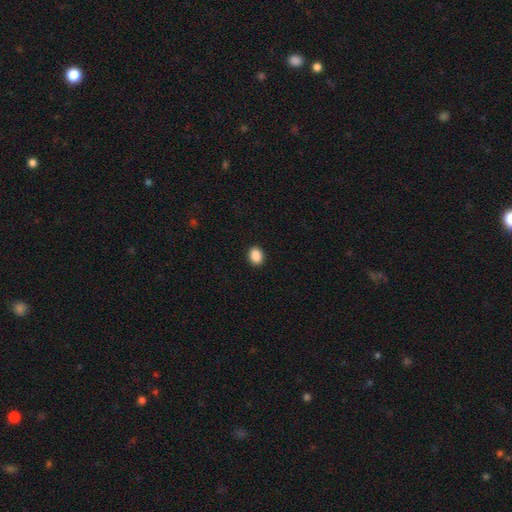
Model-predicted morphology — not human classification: A smooth galaxy with no disk features (89%) that is in between round and cigar-shaped (54%).

Vote fractions:
- Smooth or featured? smooth: 89% / star or artifact: 8% / featured or disk: 3%
- How rounded? in between: 54% / round: 45% / cigar-shaped: 1%
- Merging? none: 92% / minor disturbance: 6% / major disturbance: 2% / merger: 1%